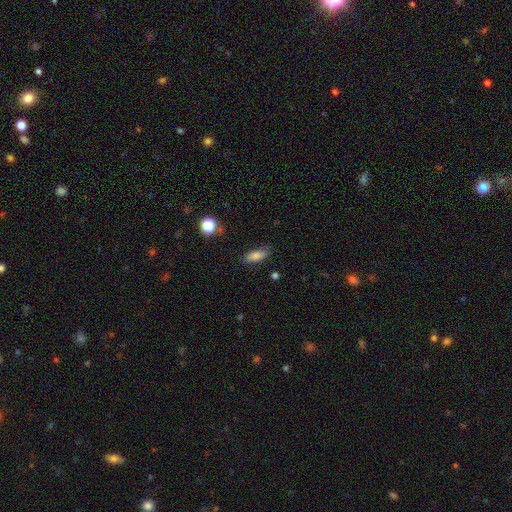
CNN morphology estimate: Q: Smooth or featured?
A: smooth (80%); runner-up: featured or disk (11%)
Q: How rounded?
A: in between (75%); runner-up: cigar-shaped (22%)
Q: Merging?
A: none (75%); runner-up: minor disturbance (19%)